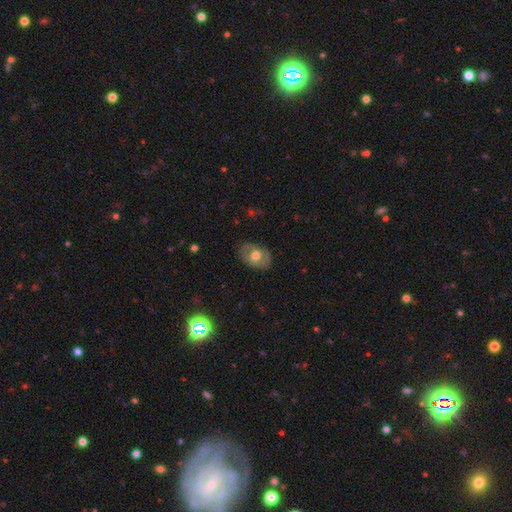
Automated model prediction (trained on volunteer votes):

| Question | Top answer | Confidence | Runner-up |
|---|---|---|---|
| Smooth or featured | featured or disk | 52% | smooth (41%) |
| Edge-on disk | no | 92% | yes (8%) |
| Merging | none | 77% | minor disturbance (16%) |